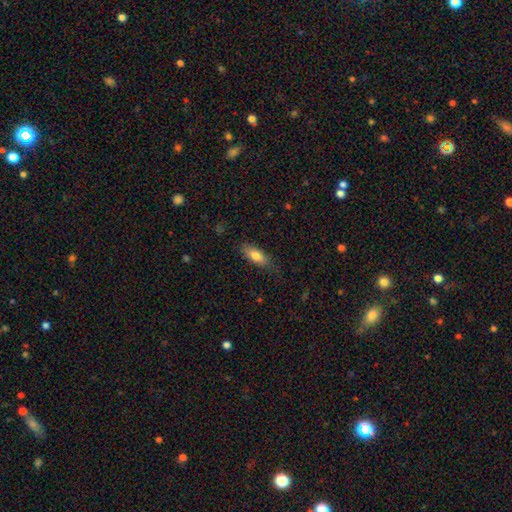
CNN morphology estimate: Q: Smooth or featured?
A: smooth (78%); runner-up: featured or disk (15%)
Q: How rounded?
A: in between (77%); runner-up: cigar-shaped (20%)
Q: Merging?
A: none (77%); runner-up: minor disturbance (18%)